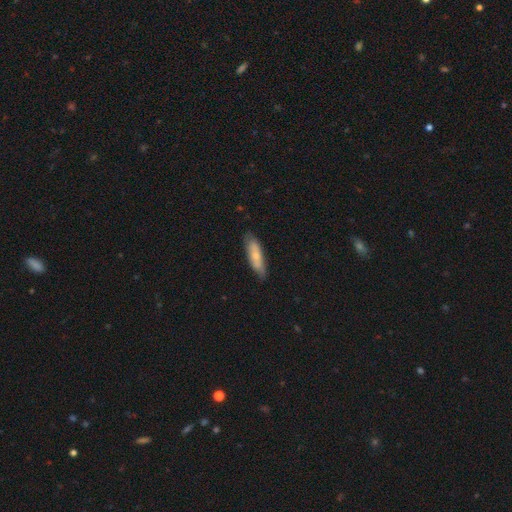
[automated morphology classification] smooth-or-featured: smooth: 62% | featured or disk: 33% | star or artifact: 6%
  how-rounded: cigar-shaped: 56% | in between: 42% | round: 2%
  merging: none: 75% | minor disturbance: 20% | major disturbance: 4% | merger: 1%